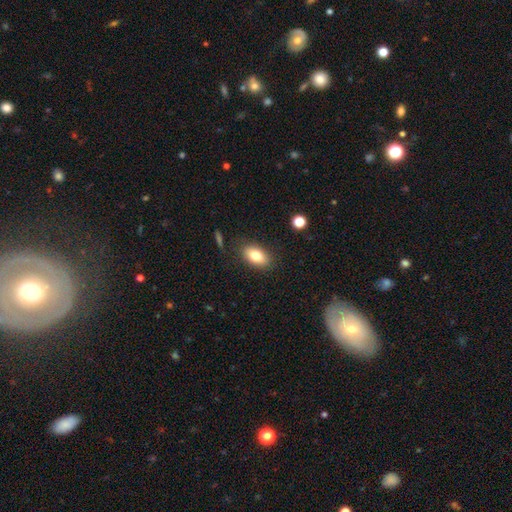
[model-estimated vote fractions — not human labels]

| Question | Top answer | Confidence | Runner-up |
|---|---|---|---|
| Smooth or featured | smooth | 80% | featured or disk (12%) |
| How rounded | in between | 90% | round (6%) |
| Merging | none | 85% | minor disturbance (10%) |